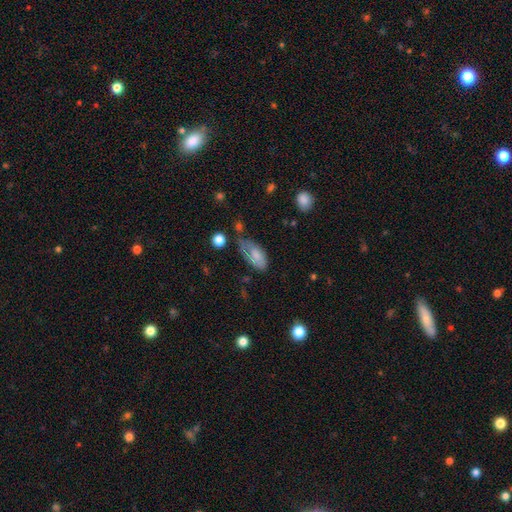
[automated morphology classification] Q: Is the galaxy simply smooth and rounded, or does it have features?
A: smooth — 71%.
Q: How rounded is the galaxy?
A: in between — 91%.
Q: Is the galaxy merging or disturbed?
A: minor disturbance — 39%.